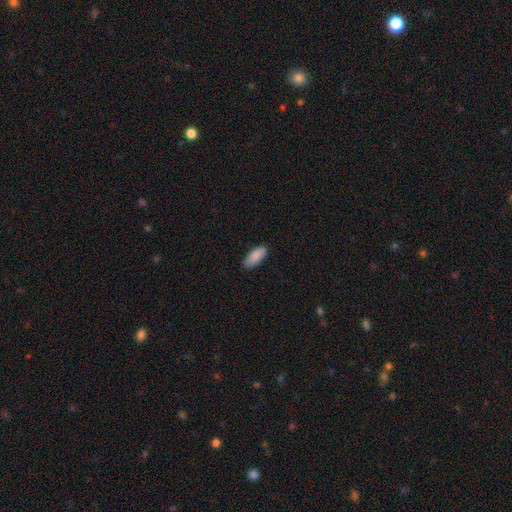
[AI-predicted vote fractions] A smooth galaxy with no disk features (89%) that is in between round and cigar-shaped (82%). Merging: none (85%).